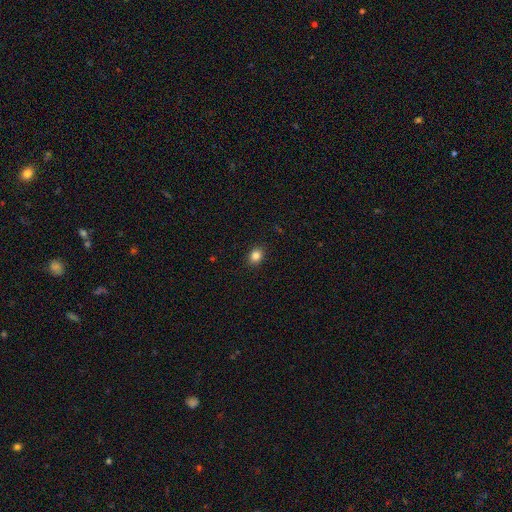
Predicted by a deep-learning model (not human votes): smooth-or-featured: smooth: 85% | star or artifact: 11% | featured or disk: 5%
  how-rounded: in between: 52% | round: 47% | cigar-shaped: 1%
  merging: none: 90% | minor disturbance: 7% | major disturbance: 2% | merger: 1%